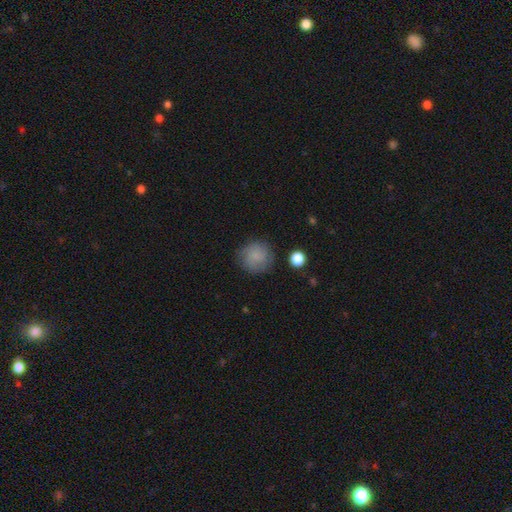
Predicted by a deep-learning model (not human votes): This is likely a smooth galaxy (67%). How rounded: clearly round (92%). Merging: likely none (80%).